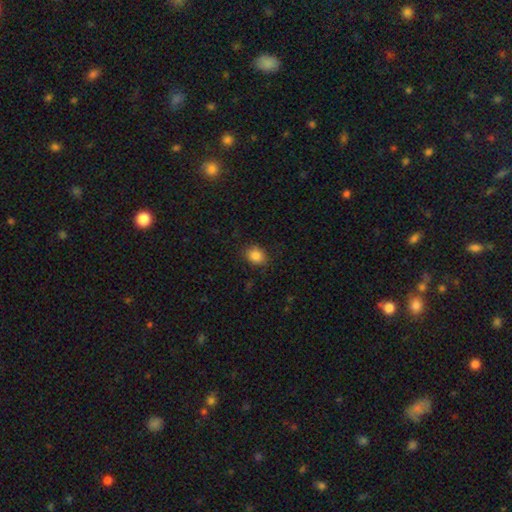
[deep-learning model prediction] smooth-or-featured: smooth: 85% | star or artifact: 10% | featured or disk: 5%
  how-rounded: round: 60% | in between: 39% | cigar-shaped: 1%
  merging: none: 83% | minor disturbance: 13% | major disturbance: 3% | merger: 1%